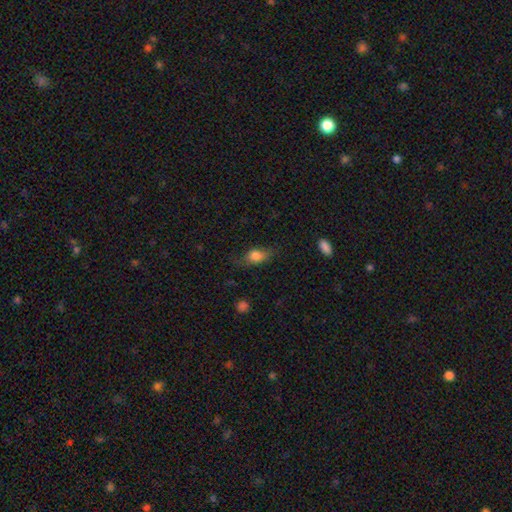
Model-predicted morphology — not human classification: The model was most divided on "merging": none: 62%, minor disturbance: 25%, major disturbance: 11%, merger: 2%. More confident: how rounded — in between (75%); smooth or featured — smooth (75%).